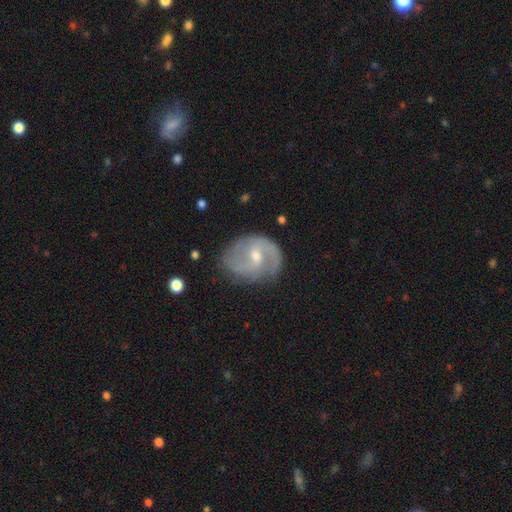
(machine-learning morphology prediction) smooth-or-featured: featured or disk: 79% | smooth: 15% | star or artifact: 6%
  disk-edge-on: no: 97% | yes: 3%
    bar: weak: 55% | no: 31% | strong: 14%
    has-spiral-arms: yes: 91% | no: 9%
      spiral-winding: medium: 48% | loose: 27% | tight: 26%
      spiral-arm-count: 2: 77% | can't tell: 11% | 1: 6% | 3: 3% | 4: 1% | more than 4: 1%
    bulge-size: moderate: 56% | small: 39% | large: 2% | none: 2% | dominant: 1%
  merging: none: 72% | minor disturbance: 20% | major disturbance: 7% | merger: 2%